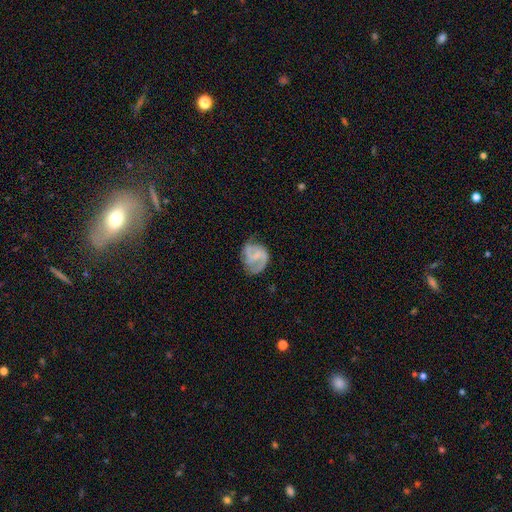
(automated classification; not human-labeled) This appears to be a featured or disk galaxy (72%) with a weak bar (48%), 2 (72%) medium (47%) spiral arms (86%) and a small central bulge (45%). Merging: none (55%).